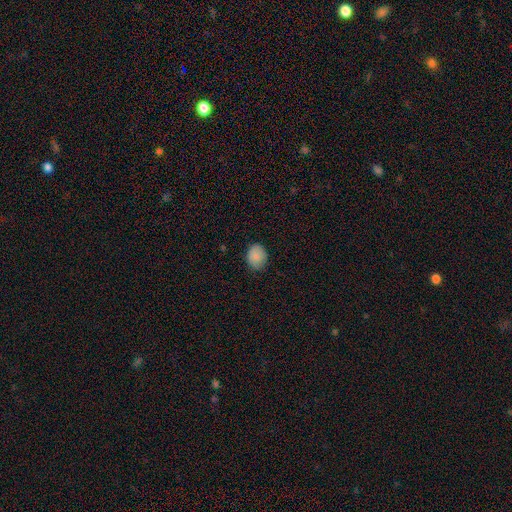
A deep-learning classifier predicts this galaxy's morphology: This is clearly a smooth galaxy (87%). How rounded: possibly round (51%). Merging: clearly none (81%).